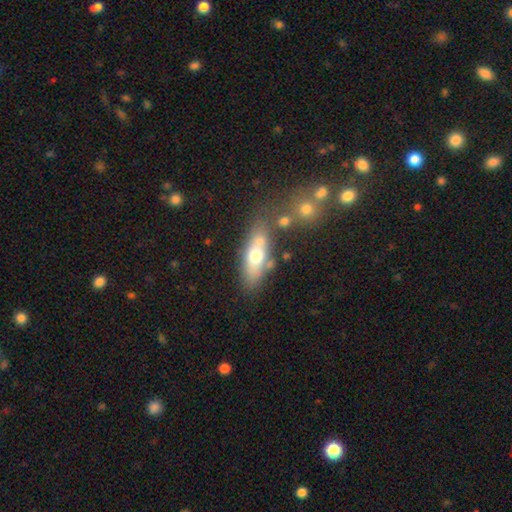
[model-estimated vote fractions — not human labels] Q: Smooth or featured?
A: smooth (59%); runner-up: featured or disk (33%)
Q: How rounded?
A: in between (63%); runner-up: cigar-shaped (32%)
Q: Merging?
A: none (57%); runner-up: merger (21%)